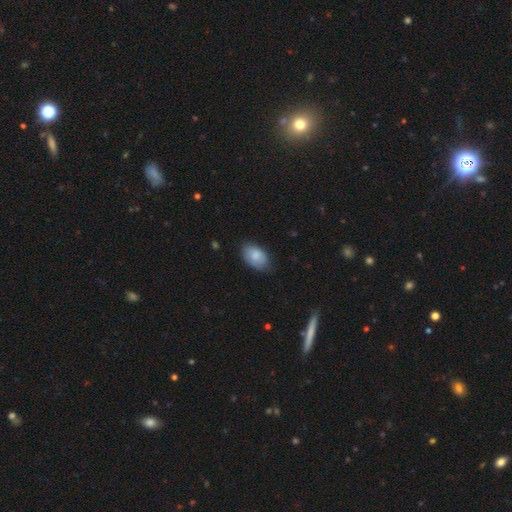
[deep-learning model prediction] This appears to be a smooth galaxy with no disk features (85%) that is in between round and cigar-shaped (92%). Merging: none (75%).